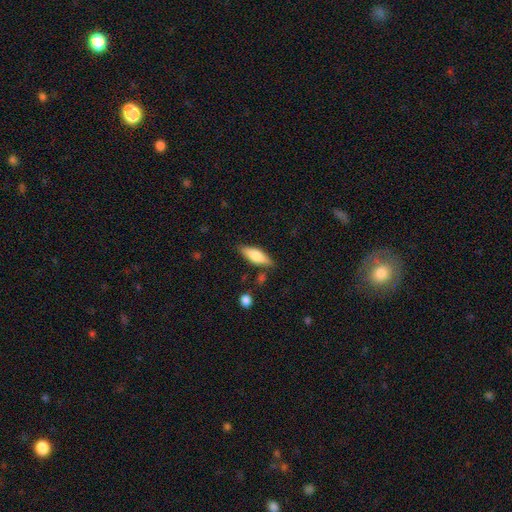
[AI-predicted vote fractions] A smooth galaxy with no disk features (69%) that is in between round and cigar-shaped (60%).

Vote fractions:
- Smooth or featured? smooth: 69% / featured or disk: 25% / star or artifact: 6%
- How rounded? in between: 60% / cigar-shaped: 37% / round: 2%
- Merging? none: 79% / minor disturbance: 14% / merger: 3% / major disturbance: 3%